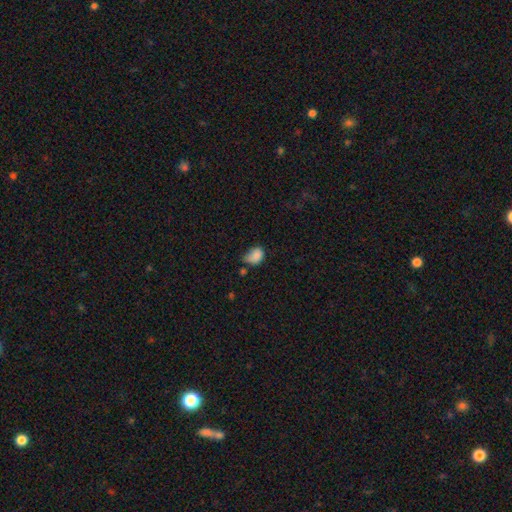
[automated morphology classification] Smooth or featured? Predicted: smooth (p=0.83). How rounded? Predicted: in between (p=0.68). Merging? Predicted: minor disturbance (p=0.42).